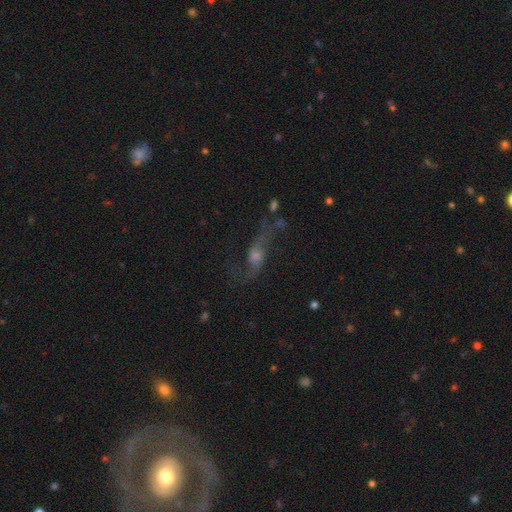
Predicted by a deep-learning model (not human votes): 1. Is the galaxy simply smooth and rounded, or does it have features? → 69% featured or disk, 17% smooth, 15% star or artifact.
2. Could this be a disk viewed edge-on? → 82% no, 18% yes.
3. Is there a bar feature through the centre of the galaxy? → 63% no, 30% weak, 8% strong.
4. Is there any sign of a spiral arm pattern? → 85% yes, 15% no.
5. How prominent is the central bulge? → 43% moderate, 35% small, 10% large, 10% none, 3% dominant.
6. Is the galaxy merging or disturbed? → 52% none, 24% major disturbance, 18% minor disturbance, 6% merger.